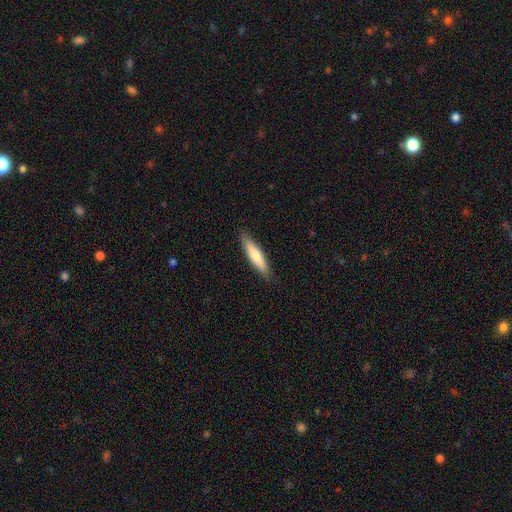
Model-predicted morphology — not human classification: The model was most divided on "smooth or featured": smooth: 70%, featured or disk: 25%, star or artifact: 5%. More confident: merging — none (88%); how rounded — cigar-shaped (81%).